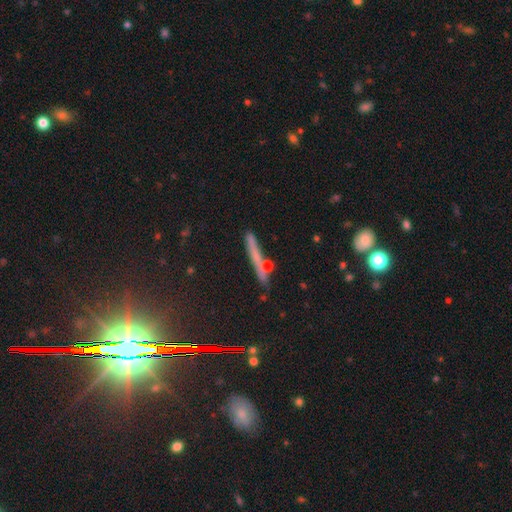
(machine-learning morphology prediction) Smooth or featured?
  - smooth: 44% *
  - featured or disk: 38%
  - star or artifact: 18%
Merging?
  - none: 72% *
  - minor disturbance: 14%
  - merger: 10%
  - major disturbance: 4%